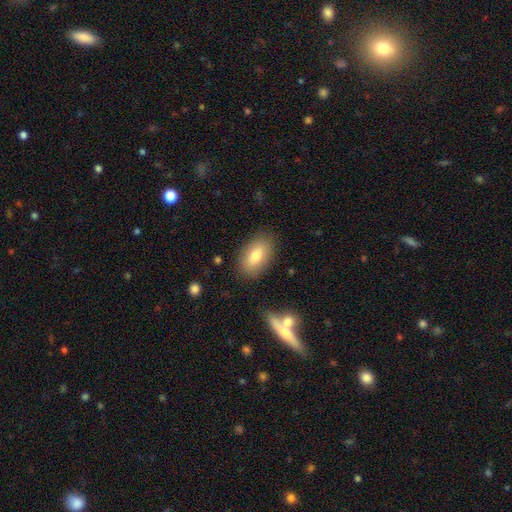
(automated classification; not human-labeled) smooth-or-featured: smooth: 76% | featured or disk: 16% | star or artifact: 7%
  how-rounded: in between: 91% | round: 6% | cigar-shaped: 3%
  merging: none: 83% | minor disturbance: 11% | major disturbance: 3% | merger: 3%